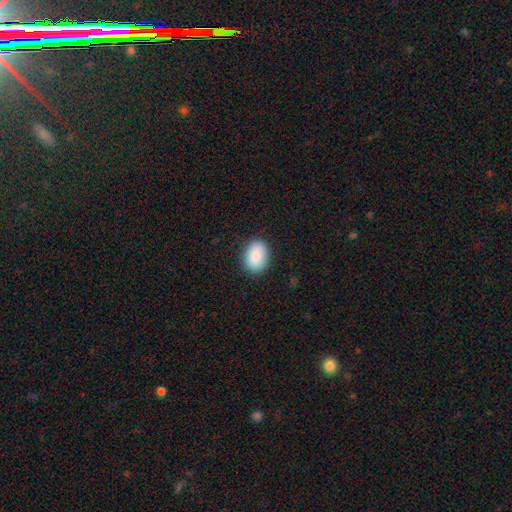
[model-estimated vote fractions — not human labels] Smooth or featured: smooth — 89% (star or artifact — 7%)
How rounded: in between — 75% (round — 23%)
Merging: none — 86% (minor disturbance — 10%)